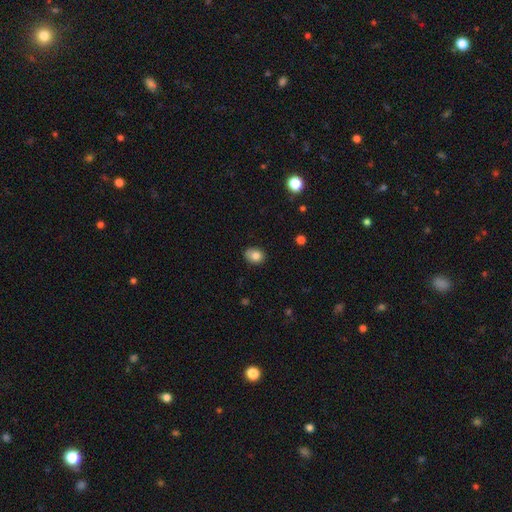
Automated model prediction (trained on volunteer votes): smooth_or_featured: smooth (p=0.82) [alt: star or artifact p=0.10]
how_rounded: round (p=0.54) [alt: in between p=0.45]
merging: none (p=0.76) [alt: minor disturbance p=0.19]